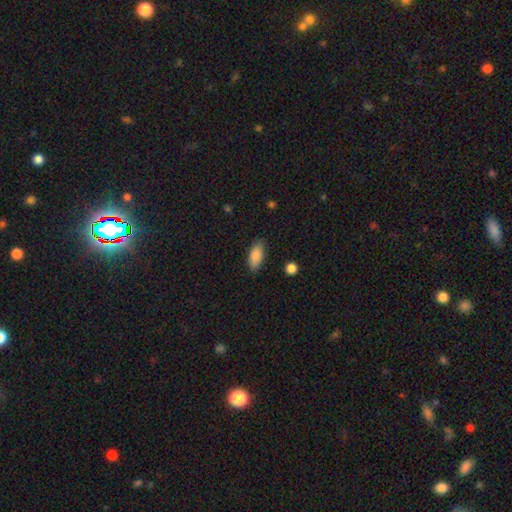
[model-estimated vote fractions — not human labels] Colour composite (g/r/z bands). It shows a smooth galaxy with no disk features (86%) that is in between round and cigar-shaped (87%). Merging: none (85%).